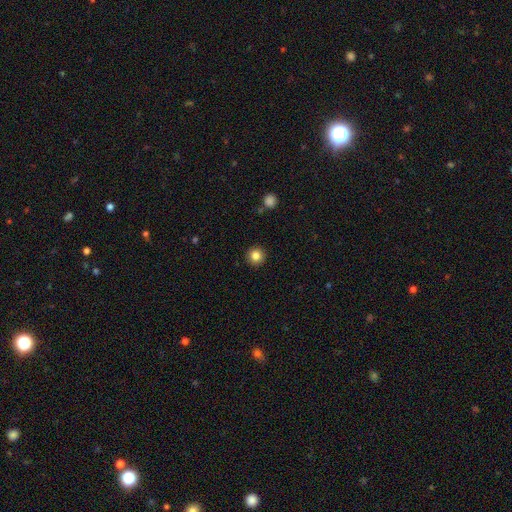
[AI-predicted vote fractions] This is clearly a smooth galaxy (84%). How rounded: clearly round (95%). Merging: clearly none (92%).